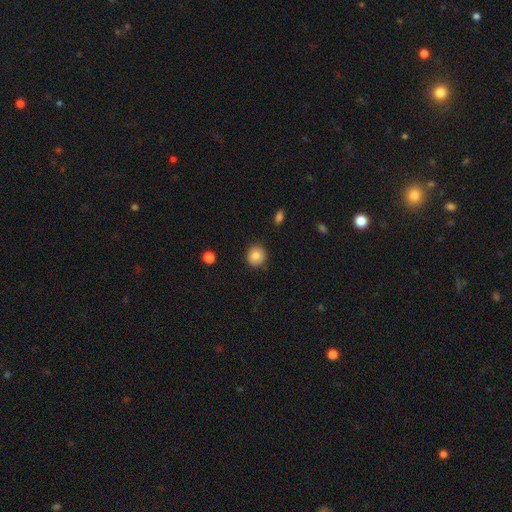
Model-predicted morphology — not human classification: This is clearly a smooth galaxy (83%). How rounded: clearly round (90%). Merging: clearly none (89%).